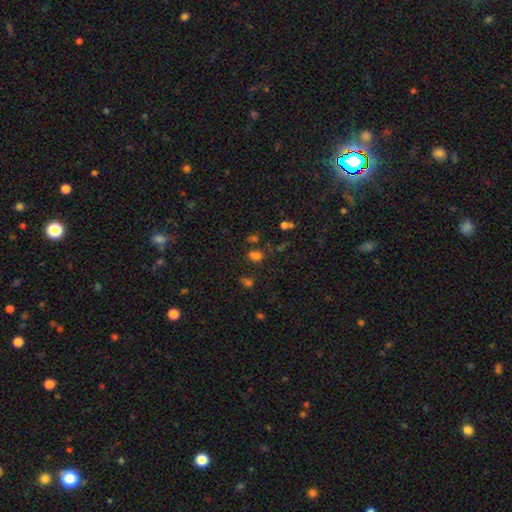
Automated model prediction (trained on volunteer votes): Overall: smooth (67%). How rounded: in between (66%; round 32%). Merging: none (65%).